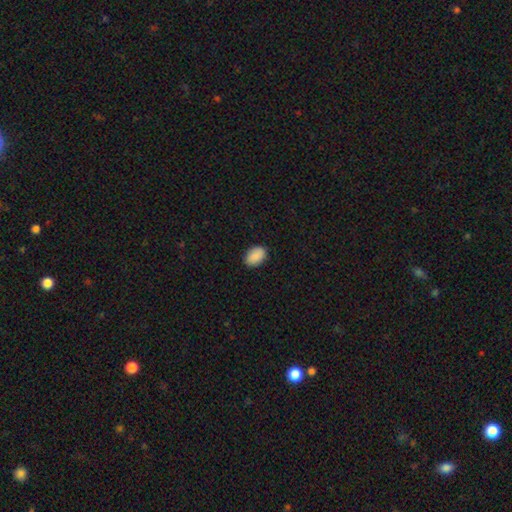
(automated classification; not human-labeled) Smooth or featured: smooth — 90% (star or artifact — 7%)
How rounded: in between — 85% (round — 13%)
Merging: none — 88% (minor disturbance — 9%)